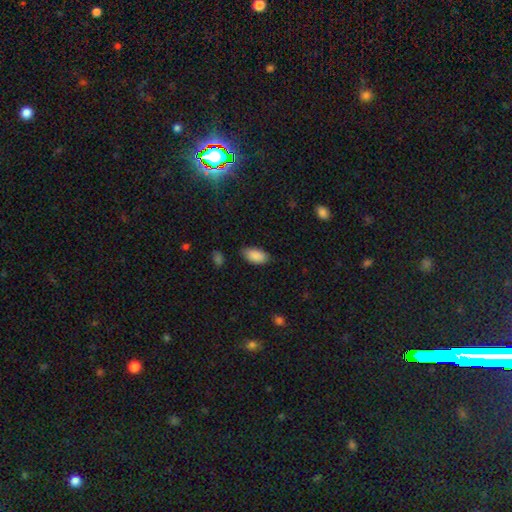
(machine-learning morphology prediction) The model was most divided on "merging": none: 79%, minor disturbance: 17%, major disturbance: 3%, merger: 1%. More confident: how rounded — in between (94%); smooth or featured — smooth (89%).